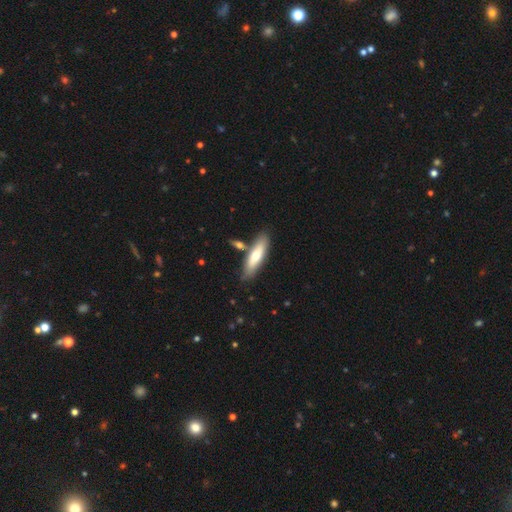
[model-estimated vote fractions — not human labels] Q: Smooth or featured?
A: smooth (63%); runner-up: featured or disk (32%)
Q: How rounded?
A: cigar-shaped (59%); runner-up: in between (39%)
Q: Merging?
A: none (74%); runner-up: merger (12%)